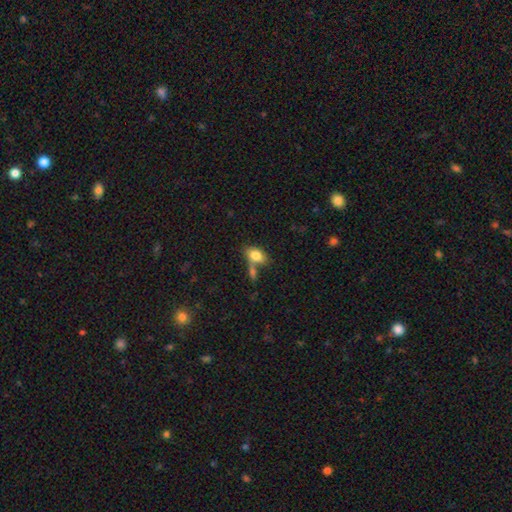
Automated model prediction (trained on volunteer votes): Q: Smooth or featured?
A: smooth (81%); runner-up: featured or disk (11%)
Q: How rounded?
A: in between (87%); runner-up: round (10%)
Q: Merging?
A: none (50%); runner-up: merger (31%)